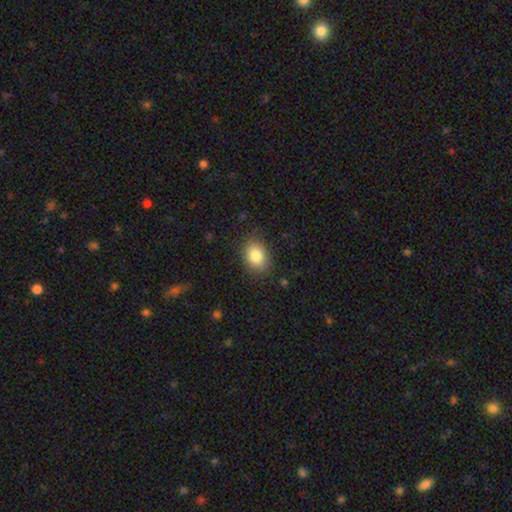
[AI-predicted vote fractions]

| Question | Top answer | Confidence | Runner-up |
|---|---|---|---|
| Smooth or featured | smooth | 84% | star or artifact (9%) |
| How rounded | in between | 65% | round (34%) |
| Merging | none | 84% | minor disturbance (12%) |